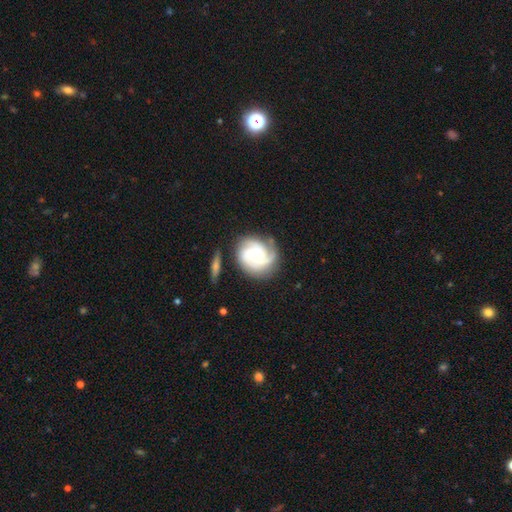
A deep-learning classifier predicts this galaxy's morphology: featured or disk 81%, smooth 14%, star or artifact 5%. Down the decision tree: edge-on disk — no (98%); bar — no (59%); spiral arms — yes (97%); spiral arm count — 3 (55%); spiral winding — tight (53%); bulge size — small (46%); merging — none (71%).